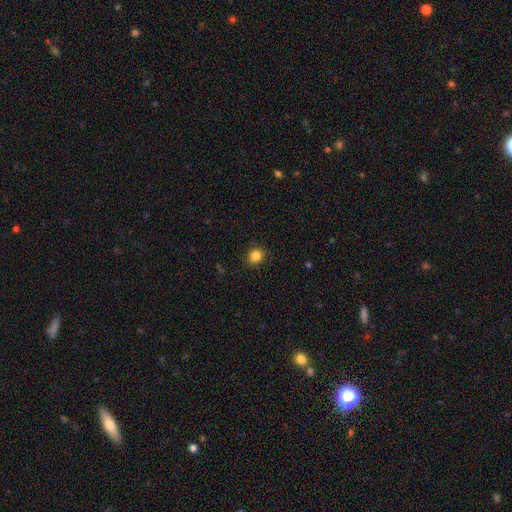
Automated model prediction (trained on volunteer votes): Smooth or featured?
  - smooth: 85% *
  - star or artifact: 11%
  - featured or disk: 4%
How rounded?
  - round: 81% *
  - in between: 18%
  - cigar-shaped: 1%
Merging?
  - none: 90% *
  - minor disturbance: 7%
  - major disturbance: 2%
  - merger: 1%